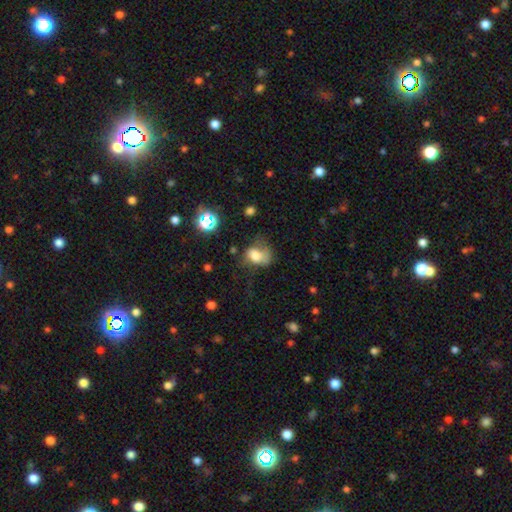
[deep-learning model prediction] A smooth galaxy with no disk features (65%) that is in between round and cigar-shaped (66%).

Vote fractions:
- Smooth or featured? smooth: 65% / featured or disk: 23% / star or artifact: 12%
- How rounded? in between: 66% / round: 33% / cigar-shaped: 1%
- Merging? major disturbance: 36% / minor disturbance: 30% / none: 29% / merger: 4%